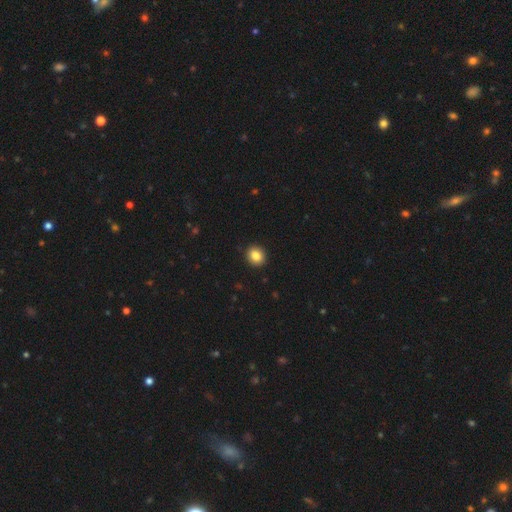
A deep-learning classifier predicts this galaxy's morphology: A smooth galaxy with no disk features (85%) that is round (78%). Merging: none (92%).